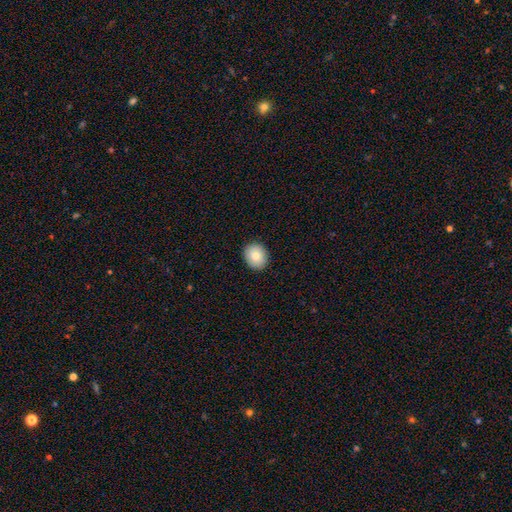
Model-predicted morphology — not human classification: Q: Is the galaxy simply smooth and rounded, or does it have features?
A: smooth — 83%.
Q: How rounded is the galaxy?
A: round — 64%.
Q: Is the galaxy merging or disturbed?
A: none — 90%.